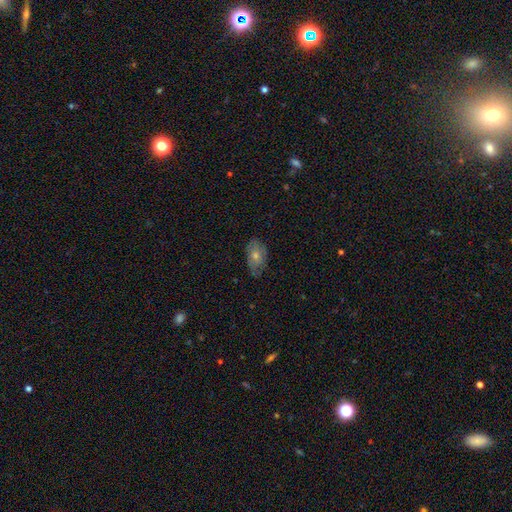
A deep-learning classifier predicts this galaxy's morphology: featured or disk 46%, smooth 40%, star or artifact 14%. Down the decision tree: merging — none (75%).